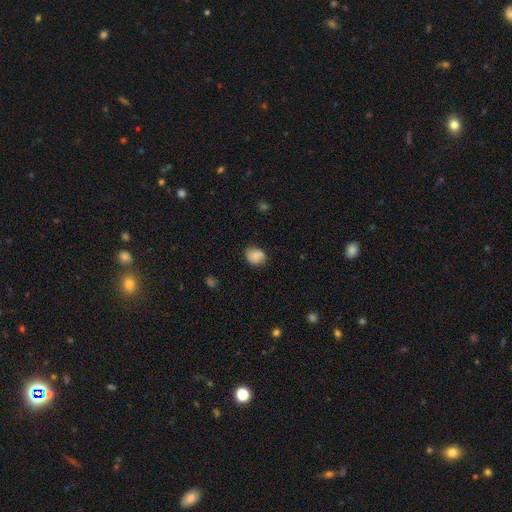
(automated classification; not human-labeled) Smooth or featured? smooth (80%)
How rounded? round (51%)
Merging? none (69%)